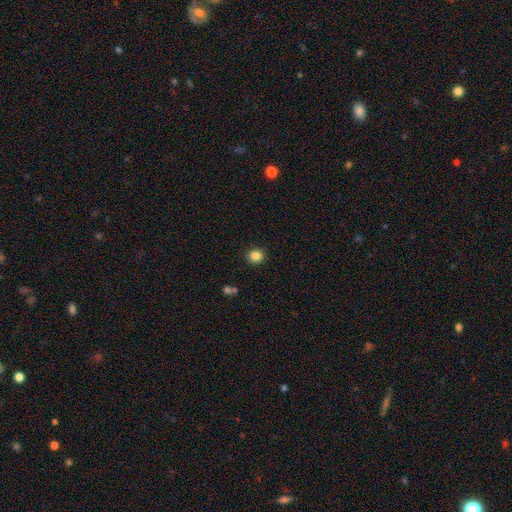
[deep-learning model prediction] A smooth galaxy with no disk features (85%) that is round (81%). Merging: none (89%).